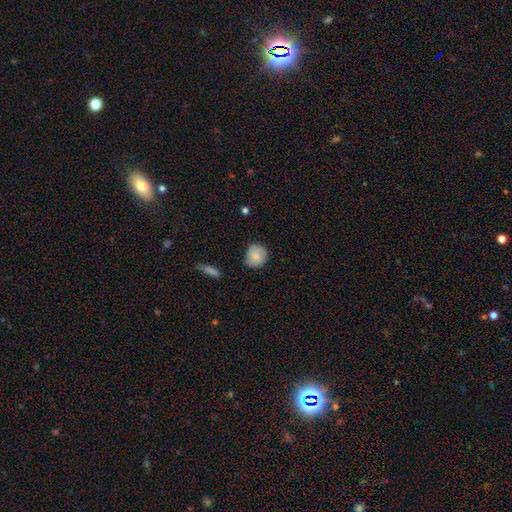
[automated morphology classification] smooth_or_featured: smooth (p=0.79) [alt: featured or disk p=0.14]
how_rounded: round (p=0.81) [alt: in between p=0.17]
merging: none (p=0.78) [alt: minor disturbance p=0.17]